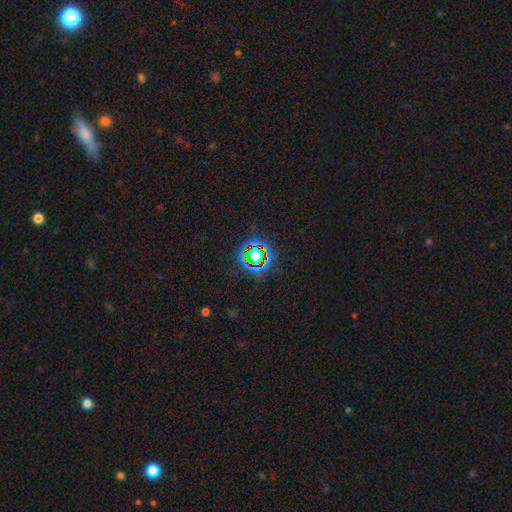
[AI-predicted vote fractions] This is likely a star or artifact rather than a galaxy (71%).